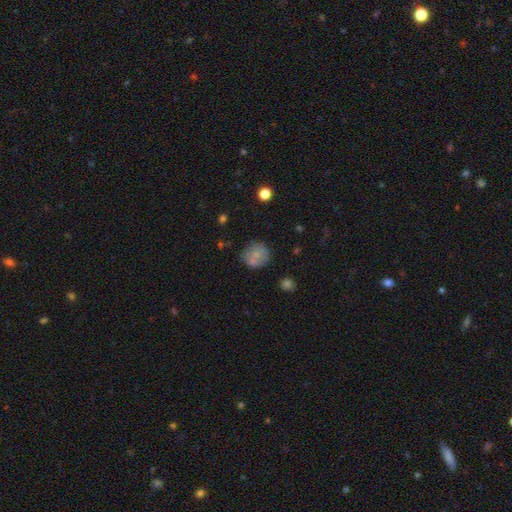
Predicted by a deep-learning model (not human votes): Smooth or featured?
  - smooth: 71% *
  - featured or disk: 18%
  - star or artifact: 10%
How rounded?
  - round: 83% *
  - in between: 16%
  - cigar-shaped: 1%
Merging?
  - none: 66% *
  - minor disturbance: 17%
  - merger: 10%
  - major disturbance: 6%